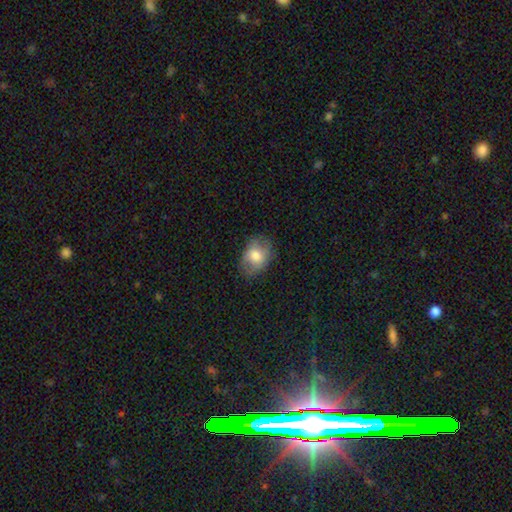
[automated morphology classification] A smooth galaxy with no disk features (69%) that is in between round and cigar-shaped (71%).

Vote fractions:
- Smooth or featured? smooth: 69% / featured or disk: 24% / star or artifact: 8%
- How rounded? in between: 71% / round: 28% / cigar-shaped: 1%
- Merging? none: 69% / minor disturbance: 23% / major disturbance: 8% / merger: 1%